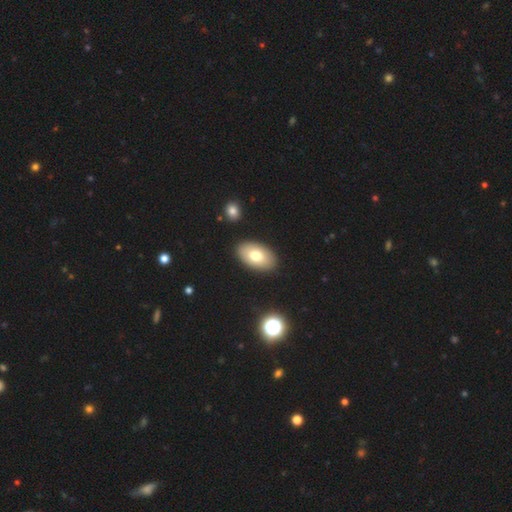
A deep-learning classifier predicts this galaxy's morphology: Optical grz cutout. It shows a smooth galaxy with no disk features (75%) that is in between round and cigar-shaped (93%). Merging: none (88%).